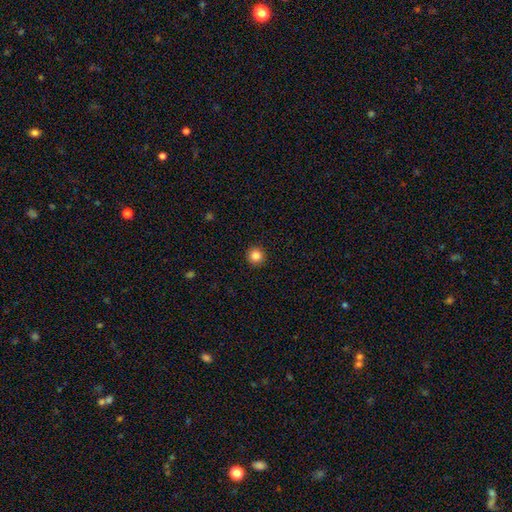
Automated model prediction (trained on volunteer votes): Q: Smooth or featured?
A: smooth (85%); runner-up: star or artifact (10%)
Q: How rounded?
A: round (95%); runner-up: in between (4%)
Q: Merging?
A: none (93%); runner-up: minor disturbance (4%)